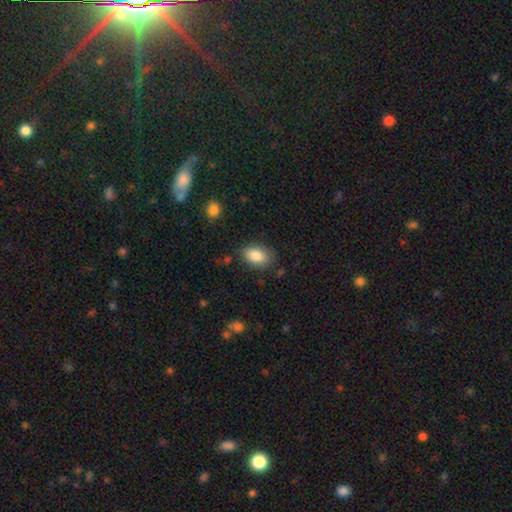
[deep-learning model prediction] Smooth or featured? Predicted: smooth (p=0.84). How rounded? Predicted: in between (p=0.89). Merging? Predicted: none (p=0.80).